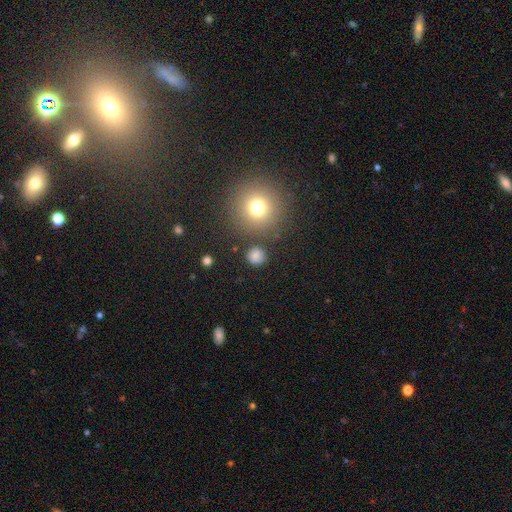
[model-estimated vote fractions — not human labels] The model was most divided on "smooth or featured": smooth: 79%, star or artifact: 15%, featured or disk: 6%. More confident: how rounded — round (92%); merging — none (85%).